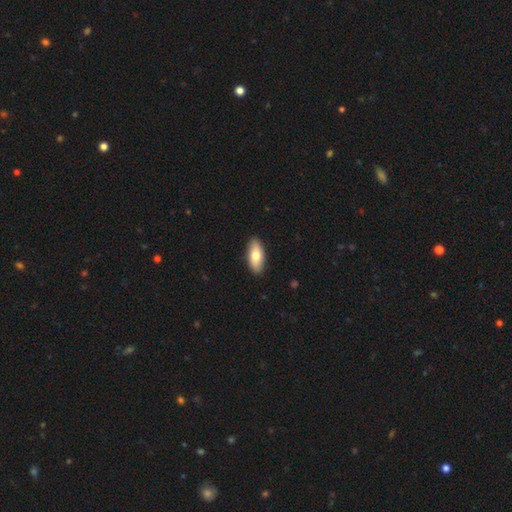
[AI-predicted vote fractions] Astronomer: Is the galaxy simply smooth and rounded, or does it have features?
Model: smooth — 77%.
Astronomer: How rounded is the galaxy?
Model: in between — 85%.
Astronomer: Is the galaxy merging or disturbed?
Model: none — 90%.